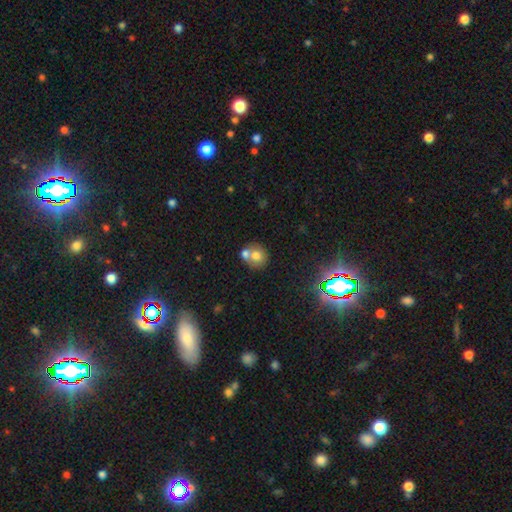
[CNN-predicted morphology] Smooth or featured? Predicted: smooth (p=0.70). How rounded? Predicted: round (p=0.82). Merging? Predicted: merger (p=0.47).